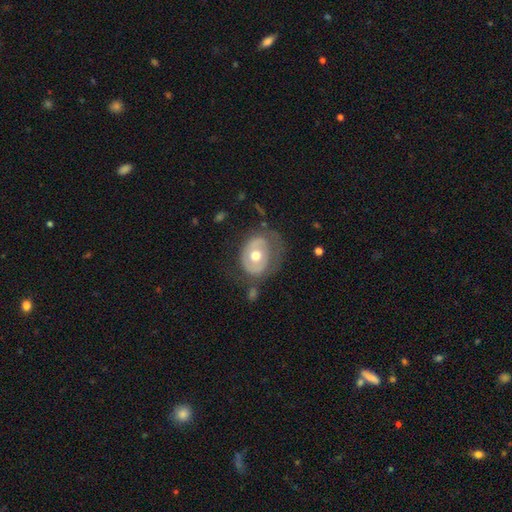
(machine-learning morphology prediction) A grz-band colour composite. It shows a featured or disk galaxy (54%) with no bar (78%), no spiral arms (67%) and a moderate central bulge (77%). Merging: none (52%).